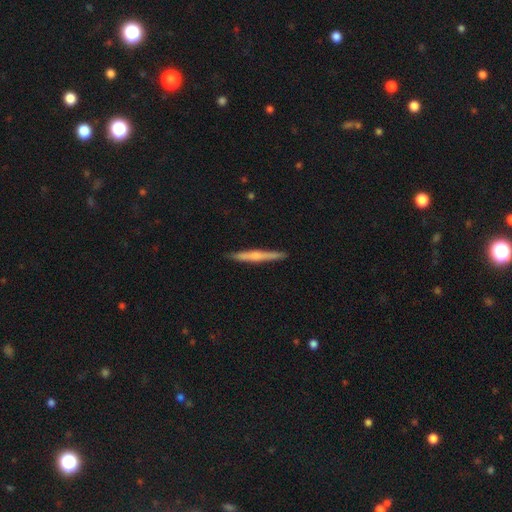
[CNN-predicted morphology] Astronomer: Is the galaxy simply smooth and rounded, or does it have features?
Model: featured or disk — 52% (runner-up: smooth, 43%).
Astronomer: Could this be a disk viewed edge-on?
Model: yes — 97%.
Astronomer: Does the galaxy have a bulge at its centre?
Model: rounded — 51% (runner-up: none, 38%).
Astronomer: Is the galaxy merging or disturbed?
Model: none — 91%.